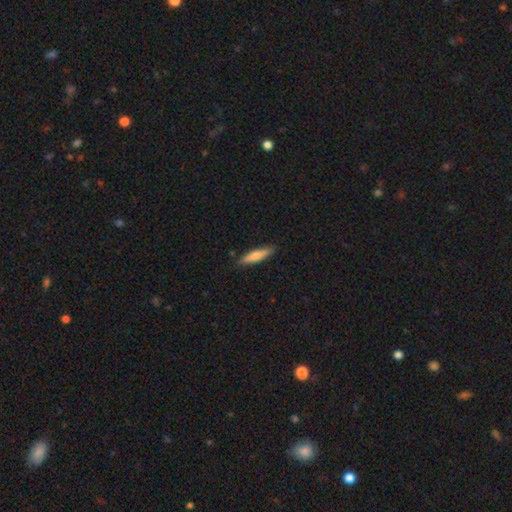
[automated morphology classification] Overall: smooth (68%). How rounded: cigar-shaped (80%). Merging: none (86%).